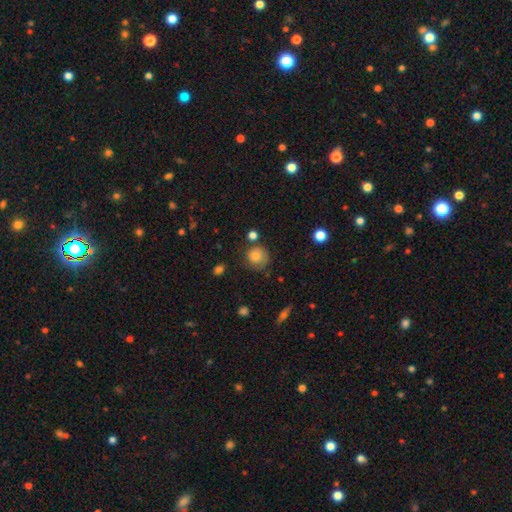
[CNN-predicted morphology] Smooth or featured? Predicted: smooth (p=0.74). How rounded? Predicted: round (p=0.87). Merging? Predicted: none (p=0.64).